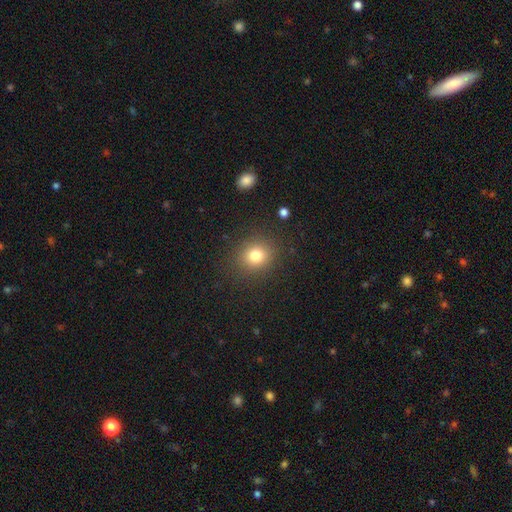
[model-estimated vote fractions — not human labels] Morphology: type=smooth (79%); roundness=round (77%); merging=none (86%).